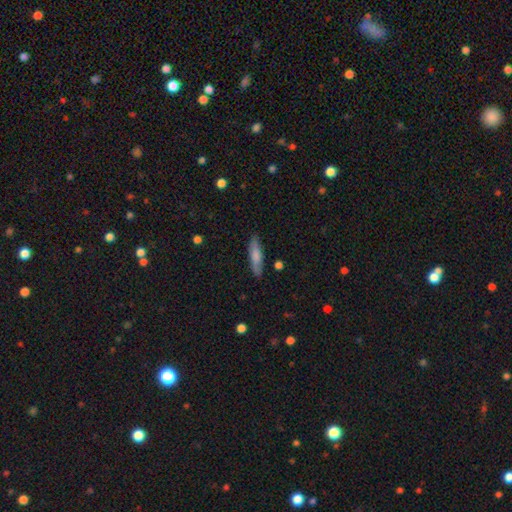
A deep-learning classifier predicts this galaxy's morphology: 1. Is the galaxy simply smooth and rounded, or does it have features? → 72% smooth, 22% featured or disk, 6% star or artifact.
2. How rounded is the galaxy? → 72% cigar-shaped, 26% in between, 2% round.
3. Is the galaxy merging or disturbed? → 85% none, 11% minor disturbance, 2% major disturbance, 2% merger.